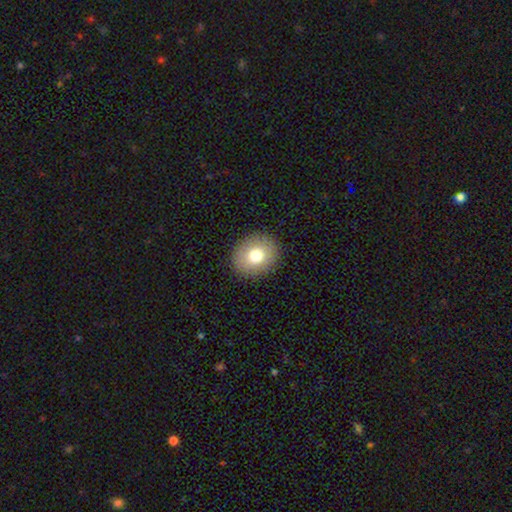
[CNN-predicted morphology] A smooth galaxy with no disk features (77%) that is round (66%).

Vote fractions:
- Smooth or featured? smooth: 77% / featured or disk: 13% / star or artifact: 10%
- How rounded? round: 66% / in between: 33% / cigar-shaped: 1%
- Merging? none: 90% / minor disturbance: 7% / major disturbance: 2% / merger: 1%